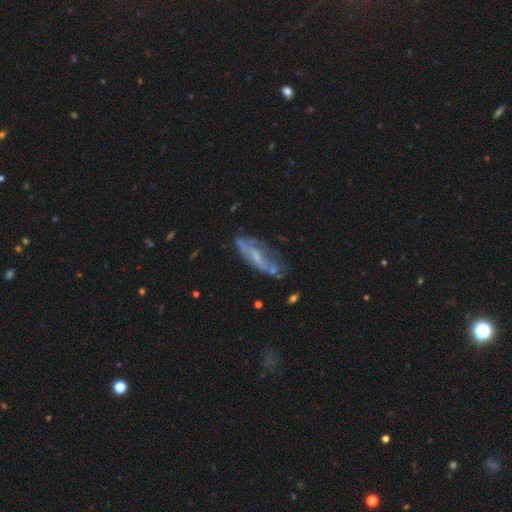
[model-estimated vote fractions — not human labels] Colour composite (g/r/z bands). It shows a featured or disk galaxy (62%). Merging: none (52%).